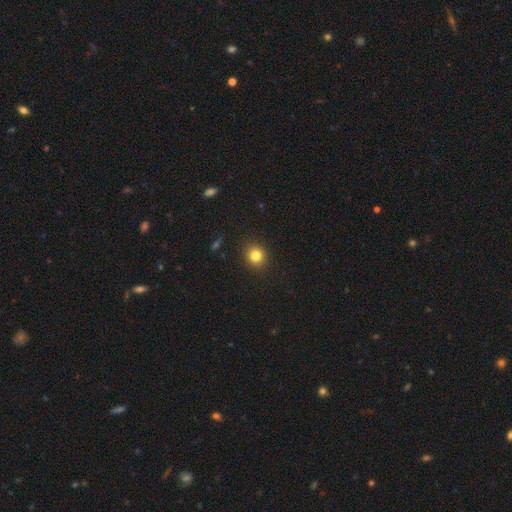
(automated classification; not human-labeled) smooth_or_featured: smooth (p=0.82) [alt: star or artifact p=0.12]
how_rounded: round (p=0.86) [alt: in between p=0.13]
merging: none (p=0.91) [alt: minor disturbance p=0.06]